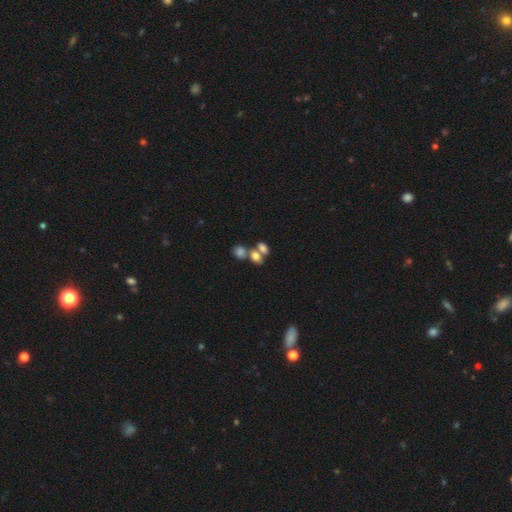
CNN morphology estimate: This is likely a smooth galaxy (73%). How rounded: likely in between (69%). Merging: possibly merger (57%).